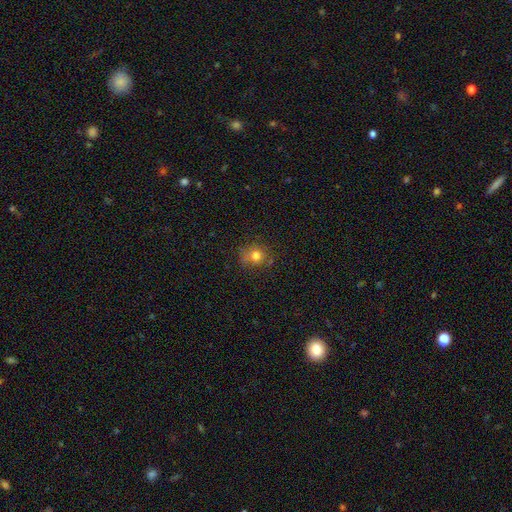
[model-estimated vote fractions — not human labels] Smooth or featured? smooth (74%)
How rounded? round (80%)
Merging? none (69%)